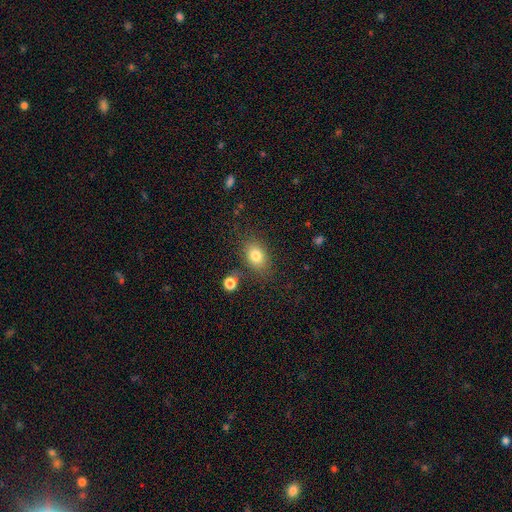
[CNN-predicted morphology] Smooth or featured? Predicted: smooth (p=0.80). How rounded? Predicted: in between (p=0.73). Merging? Predicted: none (p=0.74).